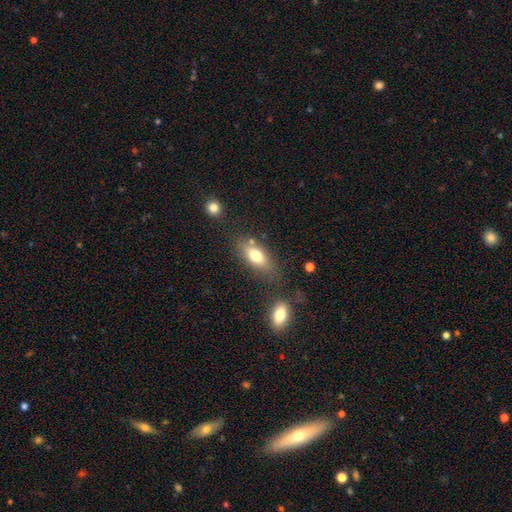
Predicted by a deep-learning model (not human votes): Overall: smooth (75%). How rounded: in between (82%). Merging: none (66%).